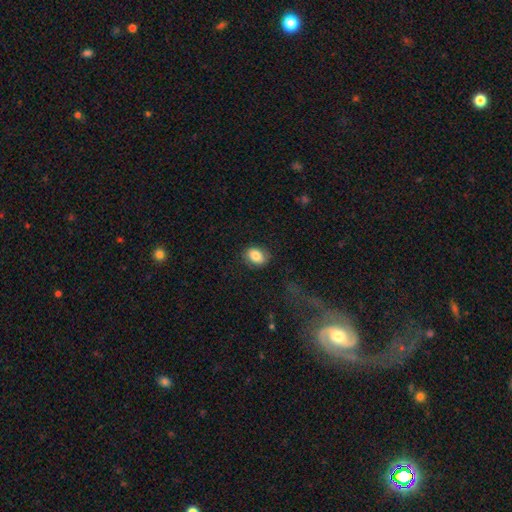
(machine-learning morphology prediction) Q: Smooth or featured?
A: smooth (83%); runner-up: featured or disk (9%)
Q: How rounded?
A: in between (72%); runner-up: round (27%)
Q: Merging?
A: none (80%); runner-up: minor disturbance (14%)